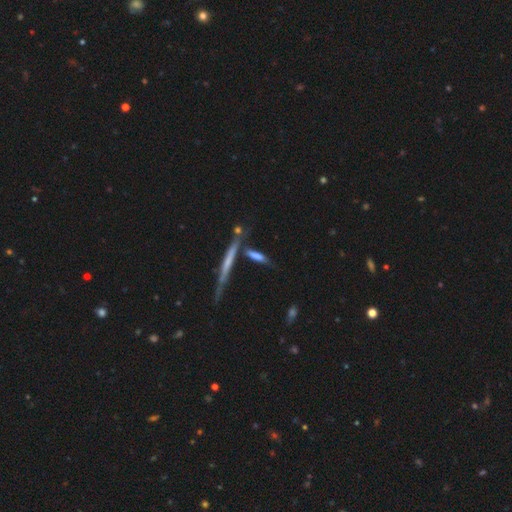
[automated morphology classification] The model was most divided on "smooth or featured": smooth: 56%, featured or disk: 35%, star or artifact: 9%. More confident: how rounded — cigar-shaped (74%); merging — none (54%).